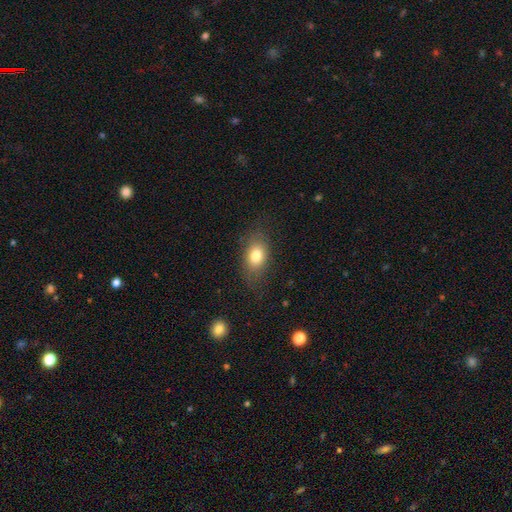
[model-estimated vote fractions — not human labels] smooth_or_featured: smooth (p=0.77) [alt: featured or disk p=0.14]
how_rounded: in between (p=0.79) [alt: round p=0.18]
merging: none (p=0.75) [alt: minor disturbance p=0.17]